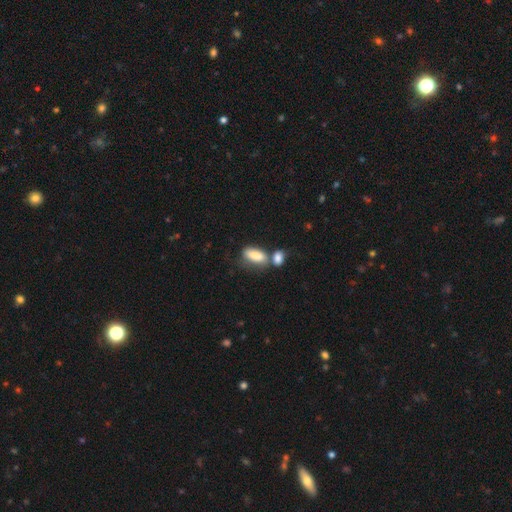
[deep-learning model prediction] Smooth or featured? Predicted: smooth (p=0.83). How rounded? Predicted: in between (p=0.85). Merging? Predicted: merger (p=0.46).